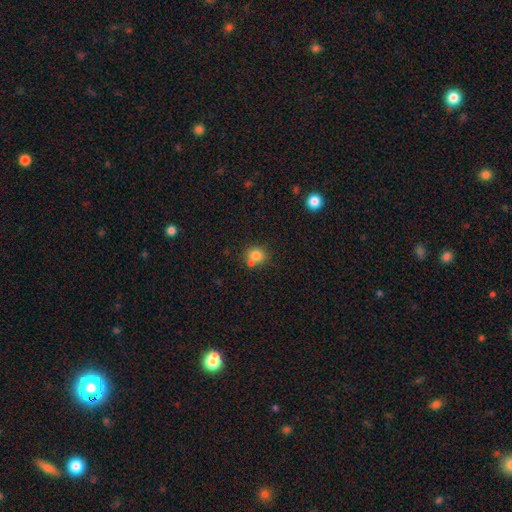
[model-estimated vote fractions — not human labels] This is likely a smooth galaxy (80%). How rounded: likely round (75%). Merging: possibly none (55%).